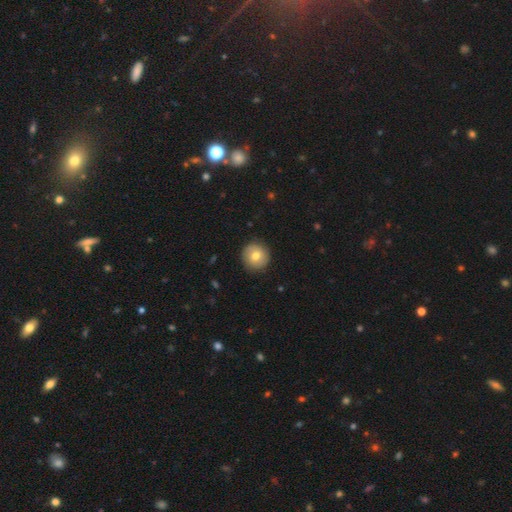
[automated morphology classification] type=smooth (76%); roundness=round (94%); merging=none (90%).